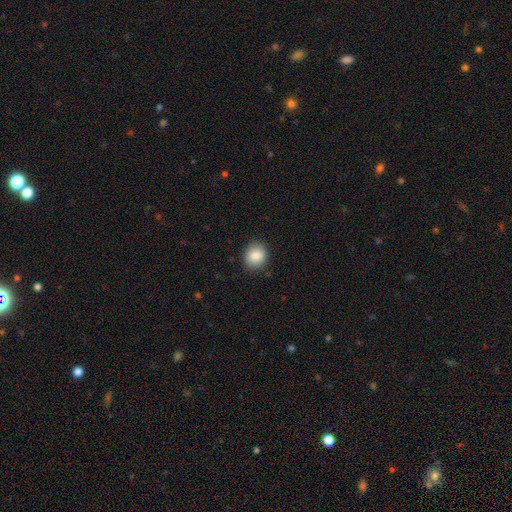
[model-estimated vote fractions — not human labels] Smooth or featured? Predicted: smooth (p=0.87). How rounded? Predicted: round (p=0.67). Merging? Predicted: none (p=0.87).